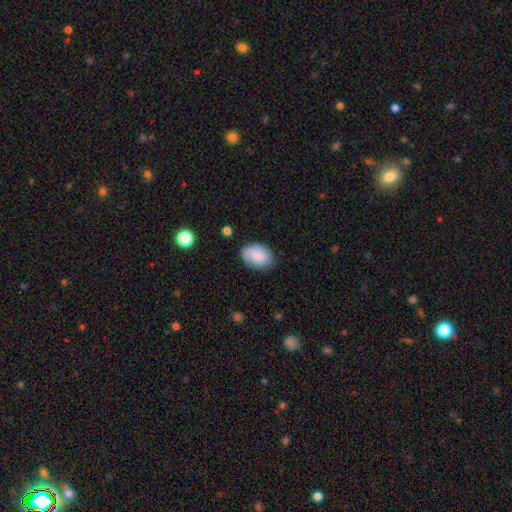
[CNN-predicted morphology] Q: Smooth or featured?
A: smooth (84%); runner-up: featured or disk (10%)
Q: How rounded?
A: in between (82%); runner-up: round (17%)
Q: Merging?
A: none (76%); runner-up: minor disturbance (18%)